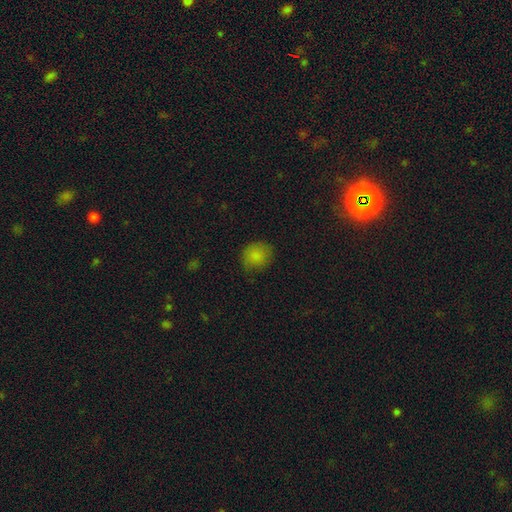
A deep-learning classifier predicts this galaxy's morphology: Smooth or featured? Predicted: smooth (p=0.83). How rounded? Predicted: round (p=0.75). Merging? Predicted: none (p=0.73).